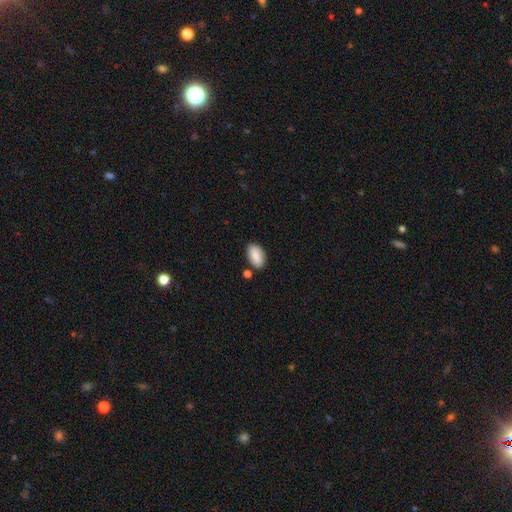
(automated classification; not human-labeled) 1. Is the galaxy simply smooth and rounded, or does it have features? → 86% smooth, 8% featured or disk, 7% star or artifact.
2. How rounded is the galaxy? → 93% in between, 4% round, 2% cigar-shaped.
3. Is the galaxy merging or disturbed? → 78% none, 13% minor disturbance, 7% merger, 3% major disturbance.